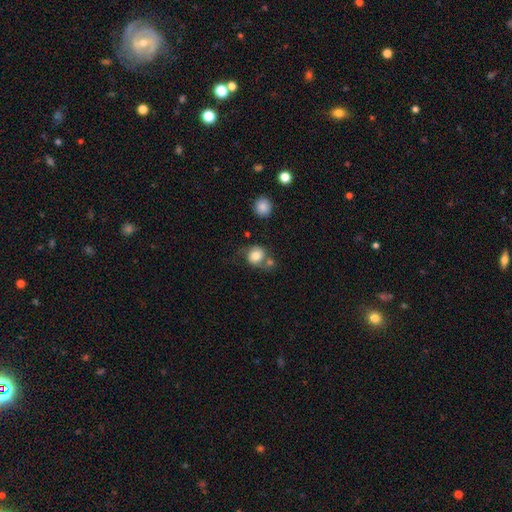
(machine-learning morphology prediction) This is likely a smooth galaxy (71%). How rounded: likely round (75%). Merging: marginally none (45%).